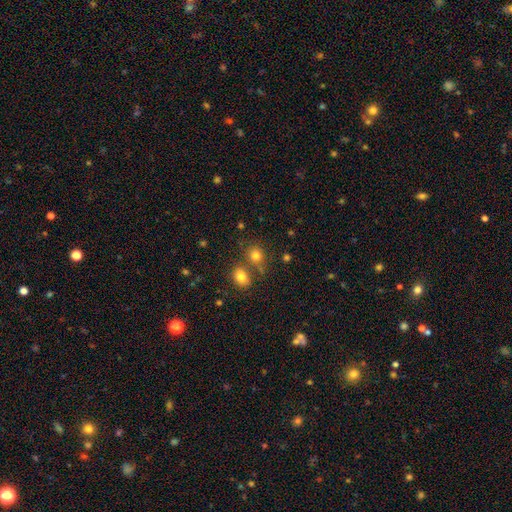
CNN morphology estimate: This is likely a smooth galaxy (78%). How rounded: likely round (73%). Merging: likely none (60%).